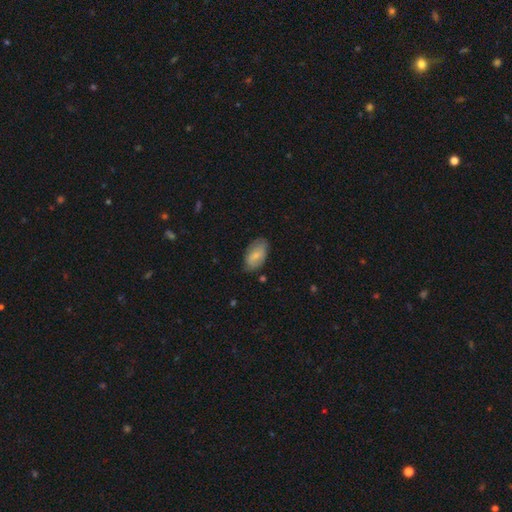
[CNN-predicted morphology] Overall: smooth (67%). How rounded: in between (92%). Merging: none (69%).